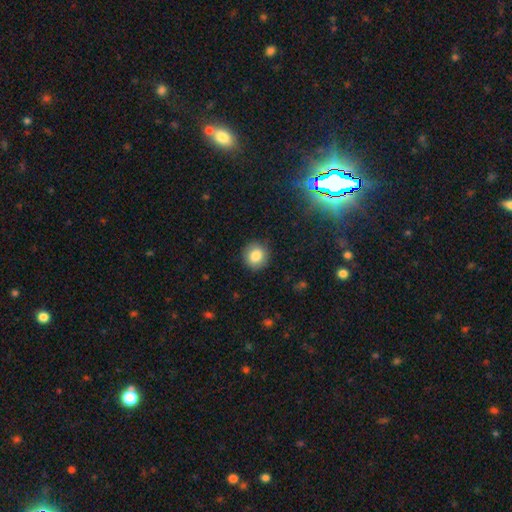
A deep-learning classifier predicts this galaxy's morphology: smooth-or-featured: smooth: 83% | star or artifact: 10% | featured or disk: 7%
  how-rounded: round: 88% | in between: 11% | cigar-shaped: 1%
  merging: none: 89% | minor disturbance: 8% | major disturbance: 2% | merger: 1%